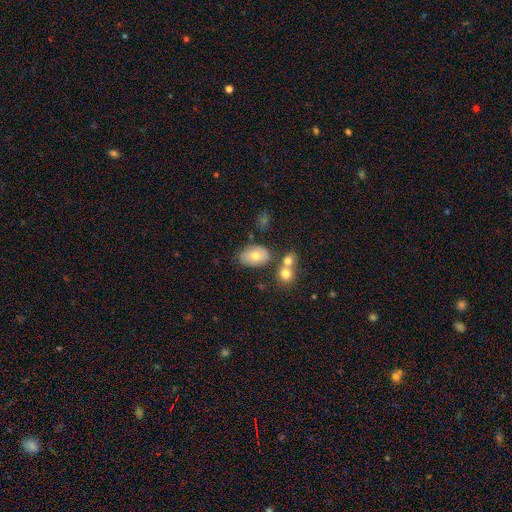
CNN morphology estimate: The model was most divided on "merging": none: 62%, merger: 18%, minor disturbance: 16%, major disturbance: 5%. More confident: how rounded — in between (87%); smooth or featured — smooth (68%).